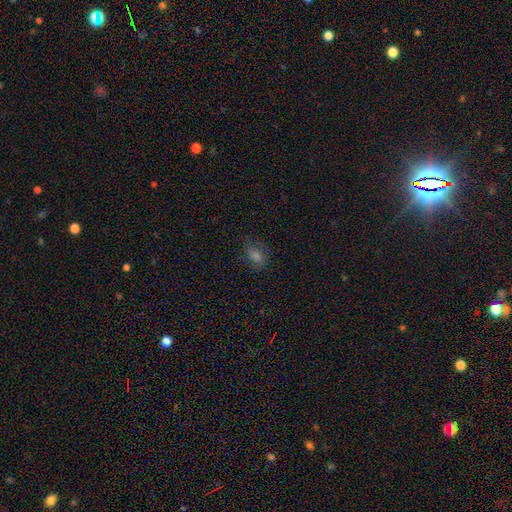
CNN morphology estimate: Smooth or featured? smooth (61%)
How rounded? in between (70%)
Merging? none (78%)